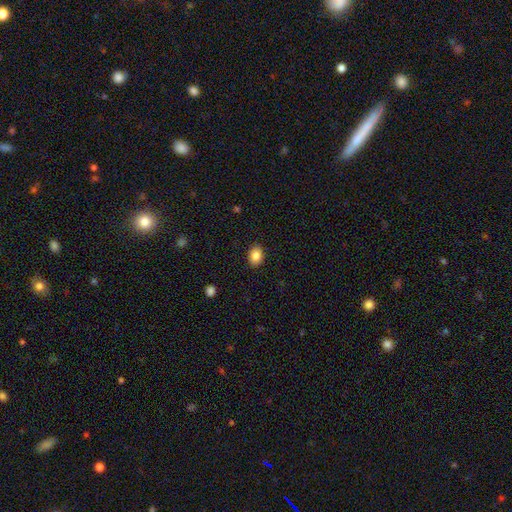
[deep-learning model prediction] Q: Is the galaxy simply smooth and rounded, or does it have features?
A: smooth — 84%.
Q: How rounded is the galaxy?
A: in between — 72%.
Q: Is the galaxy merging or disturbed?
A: none — 88%.